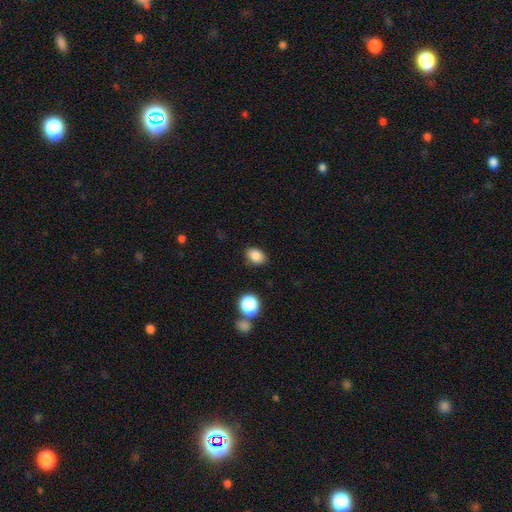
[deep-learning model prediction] This is clearly a smooth galaxy (85%). How rounded: likely in between (75%). Merging: clearly none (85%).